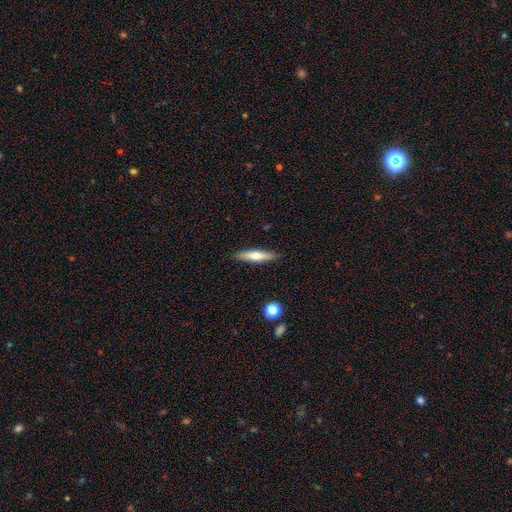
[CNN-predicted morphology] The model was most divided on "smooth or featured": smooth: 61%, featured or disk: 32%, star or artifact: 6%. More confident: merging — none (89%); how rounded — cigar-shaped (79%).